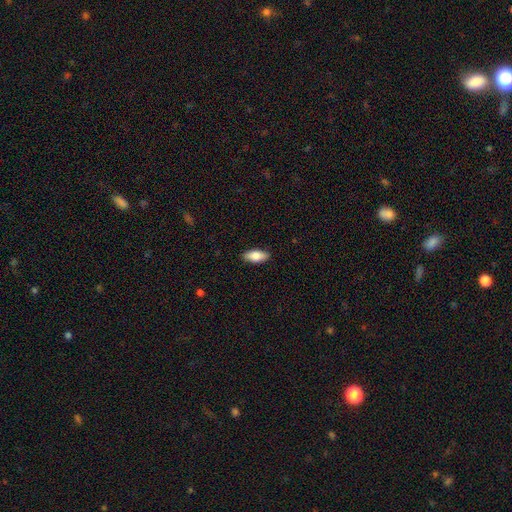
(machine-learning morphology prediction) This is likely a smooth galaxy (80%). How rounded: clearly in between (84%). Merging: clearly none (89%).